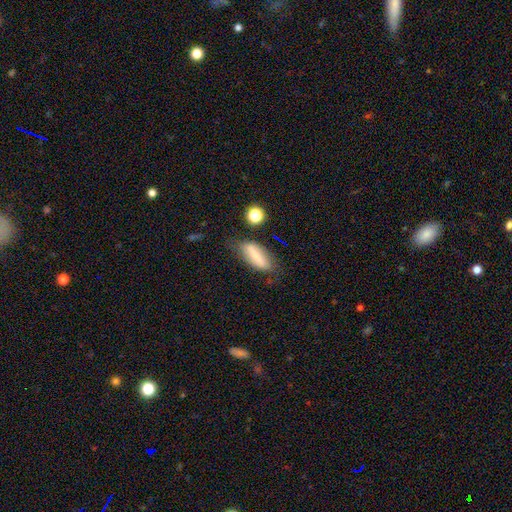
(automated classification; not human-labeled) A smooth galaxy with no disk features (66%) that is in between round and cigar-shaped (66%). Merging: none (65%).